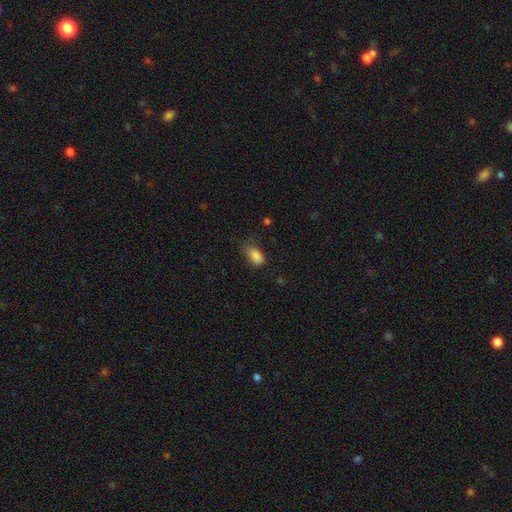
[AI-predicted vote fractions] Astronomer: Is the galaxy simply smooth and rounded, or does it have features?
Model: smooth — 85%.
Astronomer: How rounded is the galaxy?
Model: in between — 89%.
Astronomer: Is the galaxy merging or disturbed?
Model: none — 52% (runner-up: minor disturbance, 32%).